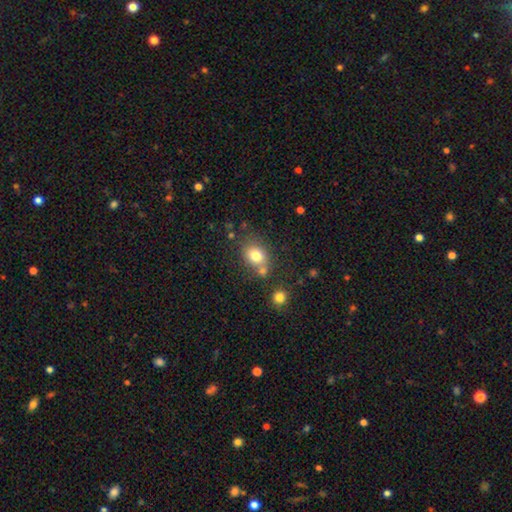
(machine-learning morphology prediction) smooth_or_featured: smooth (p=0.78) [alt: star or artifact p=0.11]
how_rounded: round (p=0.53) [alt: in between p=0.46]
merging: none (p=0.59) [alt: merger p=0.22]